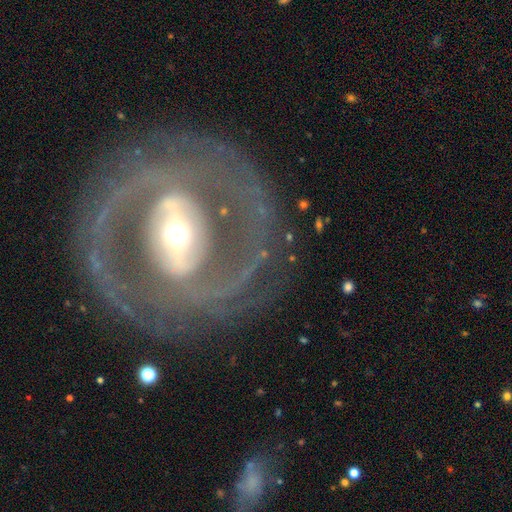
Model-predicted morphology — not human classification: A featured or disk galaxy (84%) with a strong bar (59%), 2 (73%) tight (44%) spiral arms (76%) and a moderate central bulge (56%).

Vote fractions:
- Smooth or featured? featured or disk: 84% / smooth: 10% / star or artifact: 6%
- Edge-on disk? no: 93% / yes: 7%
- Bar? strong: 59% / weak: 25% / no: 16%
- Spiral arms? yes: 76% / no: 24%
- Spiral winding? tight: 44% / medium: 40% / loose: 16%
- Spiral arm count? 2: 73% / can't tell: 14% / 3: 4% / 1: 4% / 4: 3% / more than 4: 3%
- Bulge size? moderate: 56% / small: 26% / large: 15% / dominant: 3% / none: 1%
- Merging? none: 76% / major disturbance: 11% / minor disturbance: 11% / merger: 2%